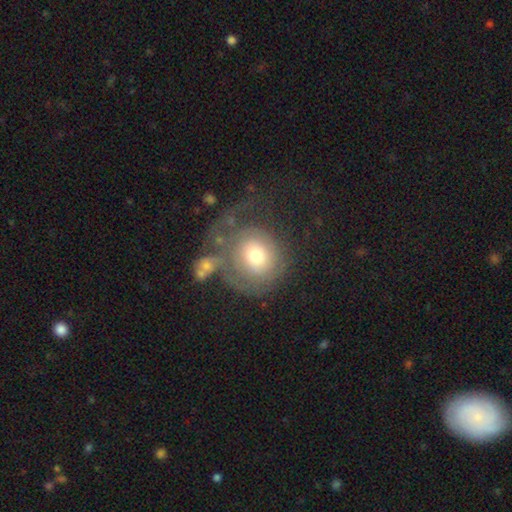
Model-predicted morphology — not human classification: Smooth or featured?
  - featured or disk: 48% *
  - smooth: 43%
  - star or artifact: 9%
Merging?
  - major disturbance: 37% *
  - none: 35%
  - minor disturbance: 17%
  - merger: 11%